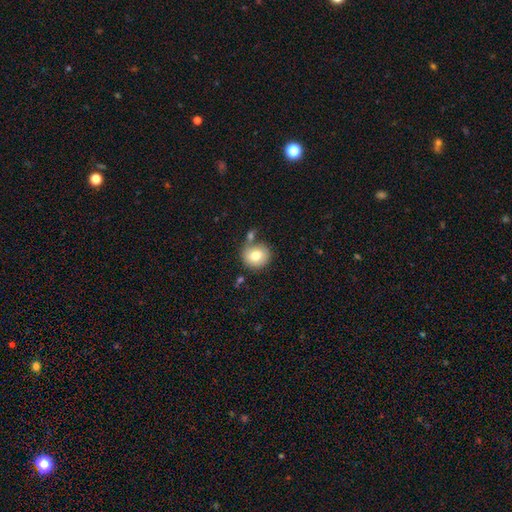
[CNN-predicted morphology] Smooth or featured?
  - smooth: 76% *
  - featured or disk: 16%
  - star or artifact: 9%
How rounded?
  - round: 83% *
  - in between: 16%
  - cigar-shaped: 1%
Merging?
  - none: 64% *
  - merger: 17%
  - minor disturbance: 14%
  - major disturbance: 5%